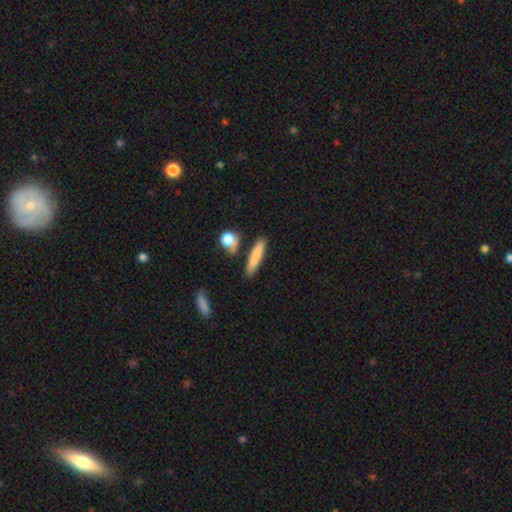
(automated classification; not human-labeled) Smooth or featured? smooth (79%)
How rounded? cigar-shaped (82%)
Merging? none (81%)